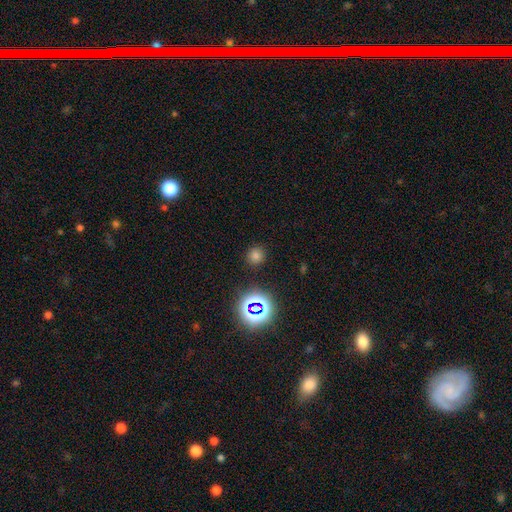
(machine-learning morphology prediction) A smooth galaxy with no disk features (70%) that is round (91%). Merging: none (88%).